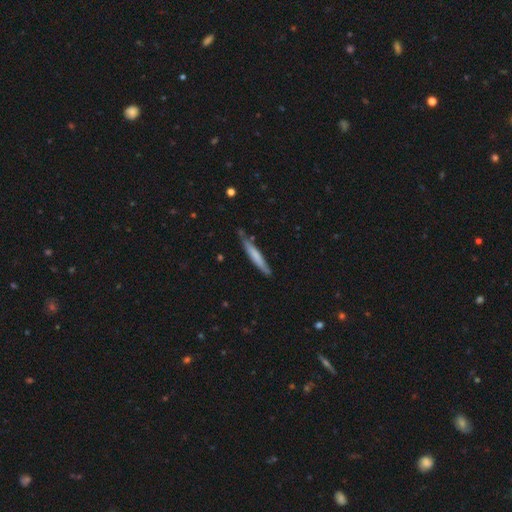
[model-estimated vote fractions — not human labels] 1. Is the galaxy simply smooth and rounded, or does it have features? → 64% smooth, 30% featured or disk, 5% star or artifact.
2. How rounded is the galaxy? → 94% cigar-shaped, 4% in between, 1% round.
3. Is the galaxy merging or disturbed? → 79% none, 16% minor disturbance, 3% merger, 3% major disturbance.